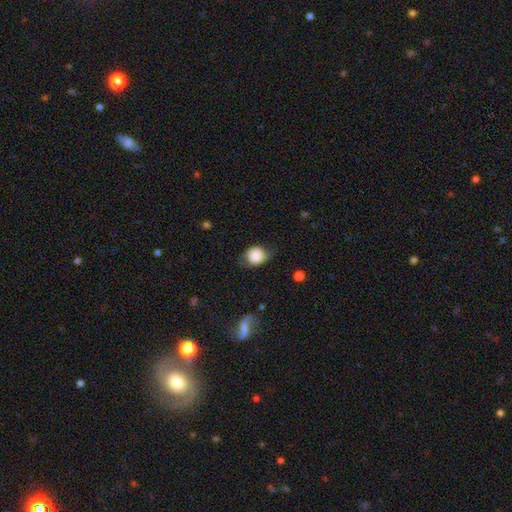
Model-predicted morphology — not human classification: Smooth or featured? Predicted: smooth (p=0.76). How rounded? Predicted: round (p=0.65). Merging? Predicted: none (p=0.54).